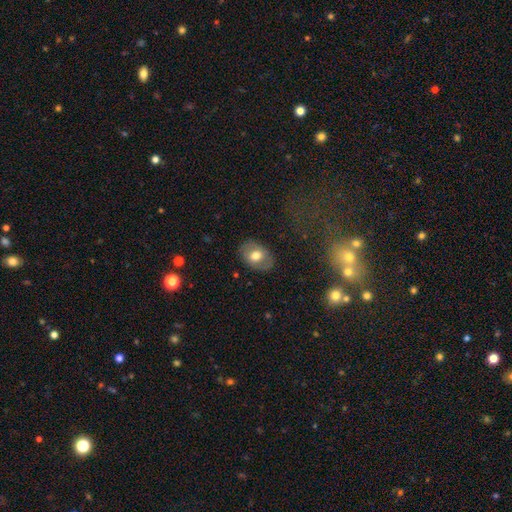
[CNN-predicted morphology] smooth 62%, featured or disk 30%, star or artifact 7%. Down the decision tree: how rounded — in between (75%); merging — none (84%).